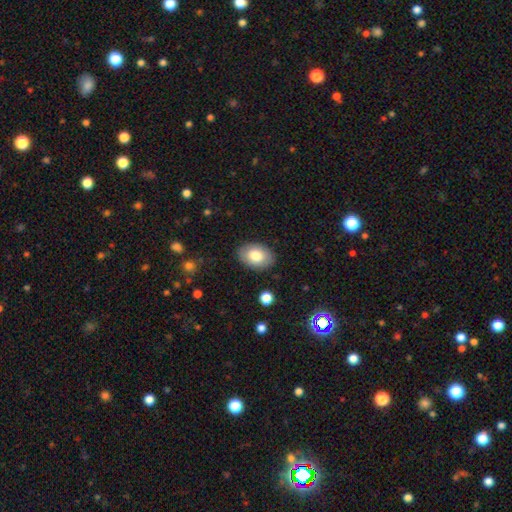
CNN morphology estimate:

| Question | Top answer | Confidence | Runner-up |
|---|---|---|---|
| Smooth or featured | smooth | 79% | featured or disk (14%) |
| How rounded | in between | 85% | round (14%) |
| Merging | none | 86% | minor disturbance (11%) |